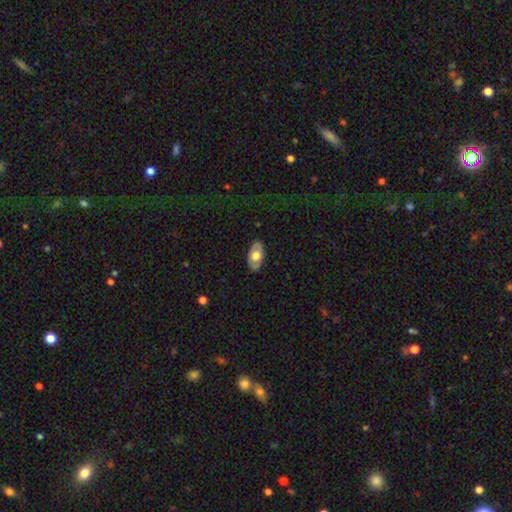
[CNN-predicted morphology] This is possibly a smooth galaxy (56%). How rounded: clearly in between (92%). Merging: clearly none (84%).